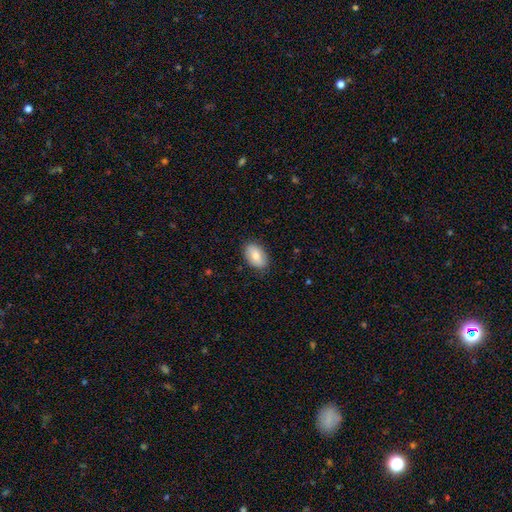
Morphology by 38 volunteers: Smooth or featured?
  - smooth: 79% *
  - featured or disk: 16%
  - star or artifact: 5%
How rounded?
  - in between: 93% *
  - round: 7%
  - cigar-shaped: 0%
Merging?
  - none: 81% *
  - minor disturbance: 19%
  - major disturbance: 0%
  - merger: 0%